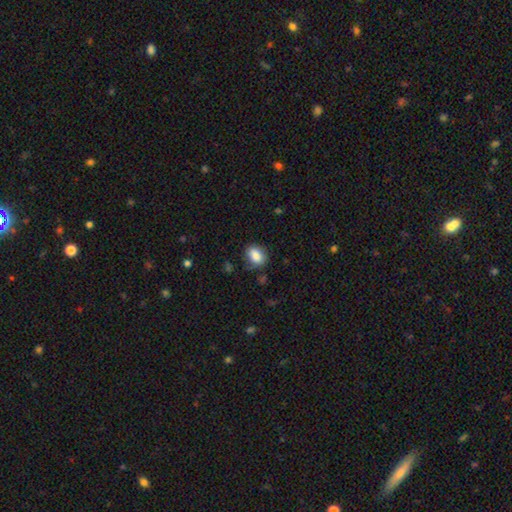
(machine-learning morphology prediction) This appears to be a smooth galaxy with no disk features (86%) that is in between round and cigar-shaped (73%). Merging: none (75%).